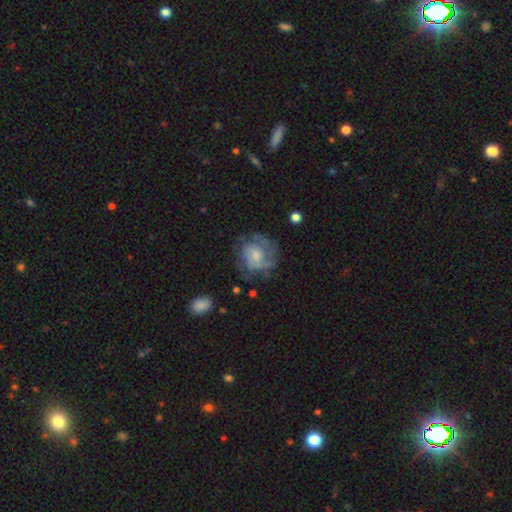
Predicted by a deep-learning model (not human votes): featured or disk 57%, smooth 35%, star or artifact 8%. Down the decision tree: edge-on disk — no (97%); bar — no (73%); spiral arms — yes (66%); bulge size — small (46%); merging — none (54%).